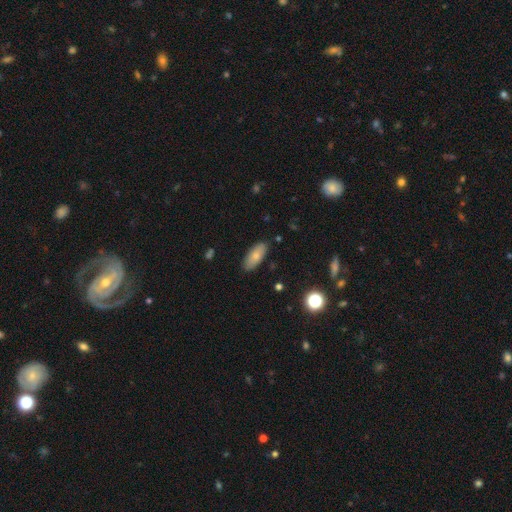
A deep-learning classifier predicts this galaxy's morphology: Overall: smooth (75%). How rounded: in between (82%). Merging: none (86%).